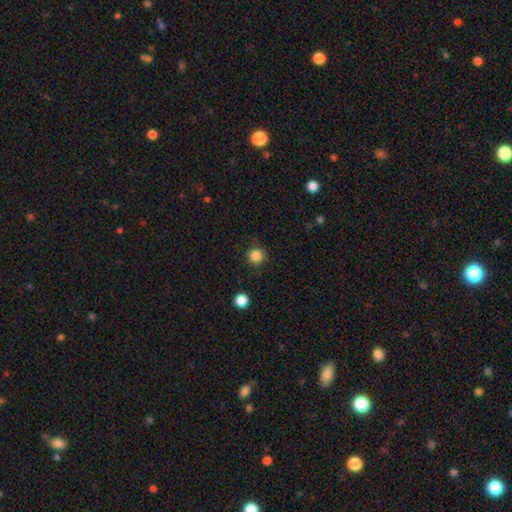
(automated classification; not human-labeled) Smooth or featured? smooth (86%)
How rounded? round (95%)
Merging? none (88%)